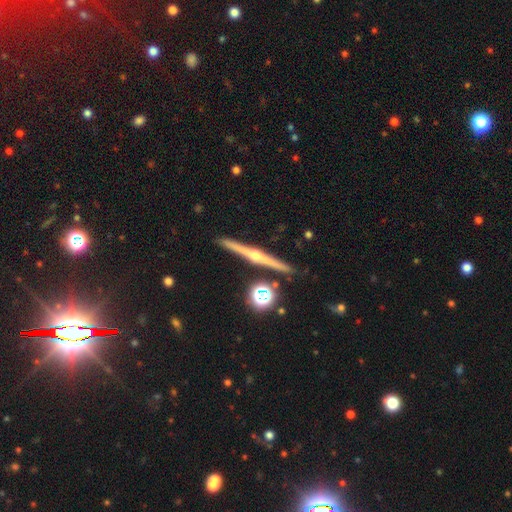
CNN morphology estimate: Smooth or featured? featured or disk (82%)
Edge-on disk? yes (98%)
Edge-on bulge? rounded (90%)
Merging? none (90%)